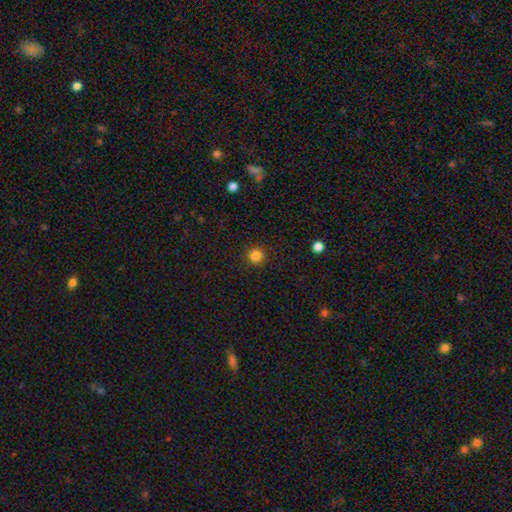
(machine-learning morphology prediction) smooth 84%, star or artifact 12%, featured or disk 4%. Down the decision tree: how rounded — round (95%); merging — none (91%).